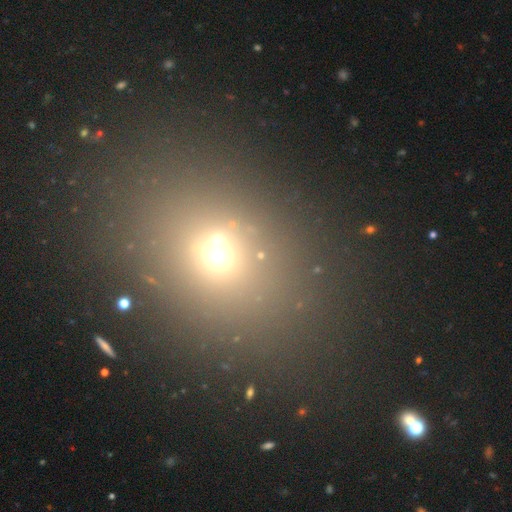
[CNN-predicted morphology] This is possibly a smooth galaxy (52%). How rounded: possibly in between (51%). Merging: likely none (74%).